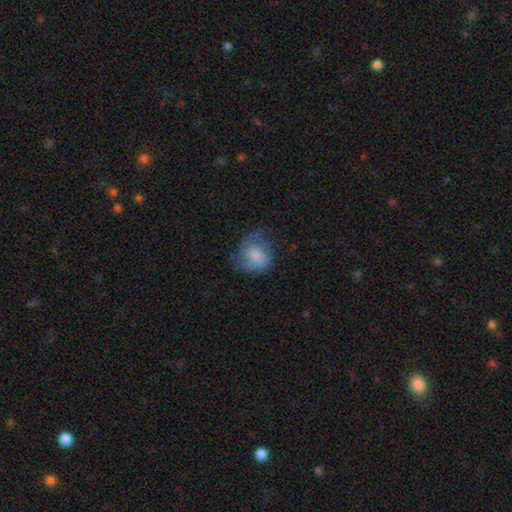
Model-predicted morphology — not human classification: This is likely a smooth galaxy (67%). How rounded: likely round (71%). Merging: marginally none (43%).